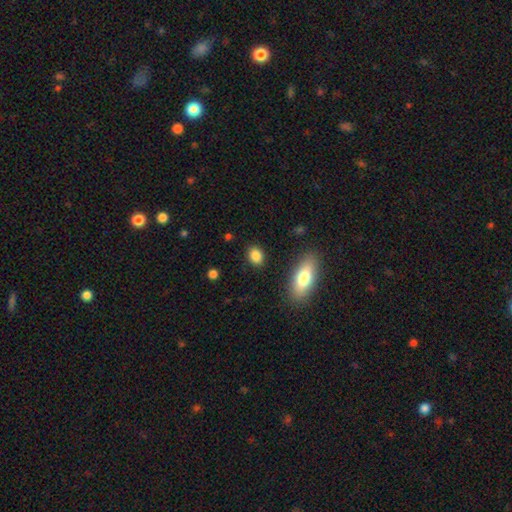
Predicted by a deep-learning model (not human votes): Smooth or featured? smooth (86%)
How rounded? in between (59%)
Merging? none (87%)